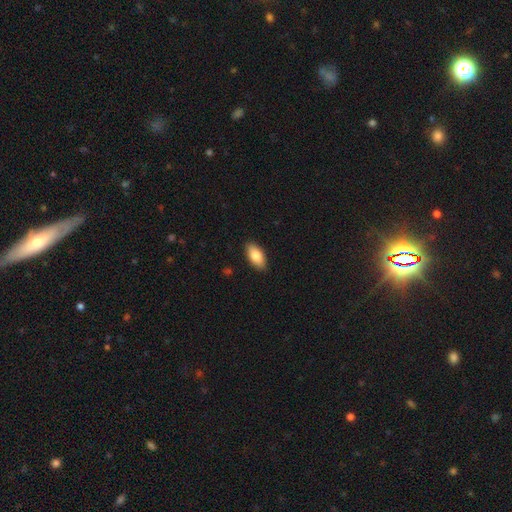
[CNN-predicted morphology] Smooth or featured? Predicted: smooth (p=0.83). How rounded? Predicted: in between (p=0.90). Merging? Predicted: none (p=0.89).